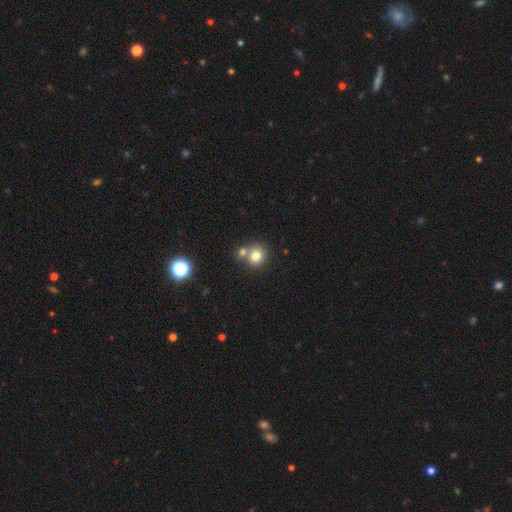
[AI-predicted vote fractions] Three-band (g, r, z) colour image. It shows a smooth galaxy with no disk features (79%) that is round (83%). Merging: none (54%).